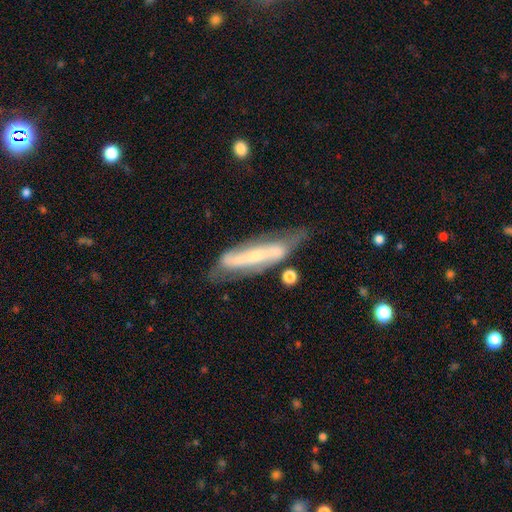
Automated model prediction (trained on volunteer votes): Morphology: type=featured or disk (71%); edge-on=no (68%); merging=none (57%).